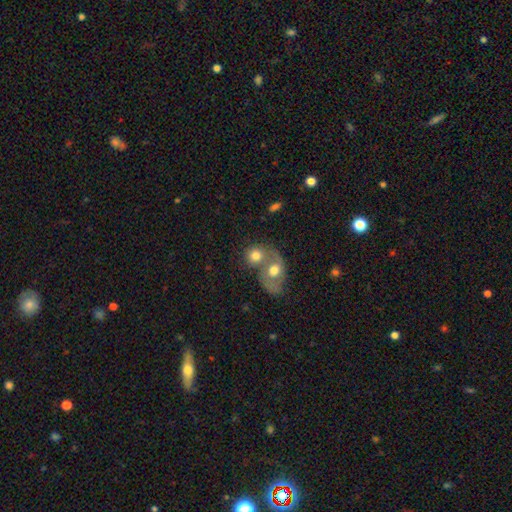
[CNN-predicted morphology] smooth 68%, featured or disk 24%, star or artifact 8%. Down the decision tree: how rounded — round (65%); merging — merger (61%).